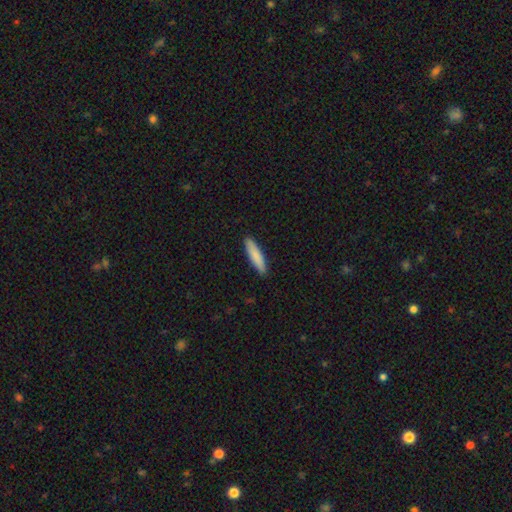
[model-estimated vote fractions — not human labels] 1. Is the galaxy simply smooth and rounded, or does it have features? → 85% smooth, 10% featured or disk, 6% star or artifact.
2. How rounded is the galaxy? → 81% cigar-shaped, 18% in between, 1% round.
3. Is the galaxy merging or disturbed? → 90% none, 8% minor disturbance, 2% major disturbance, 1% merger.